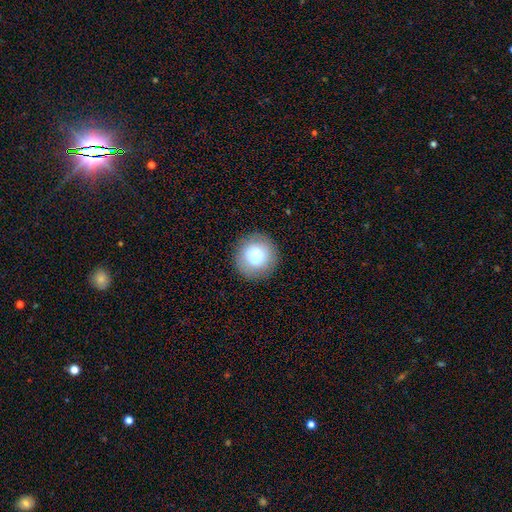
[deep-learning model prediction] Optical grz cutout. It shows a smooth galaxy with no disk features (80%) that is round (92%). Merging: none (84%).